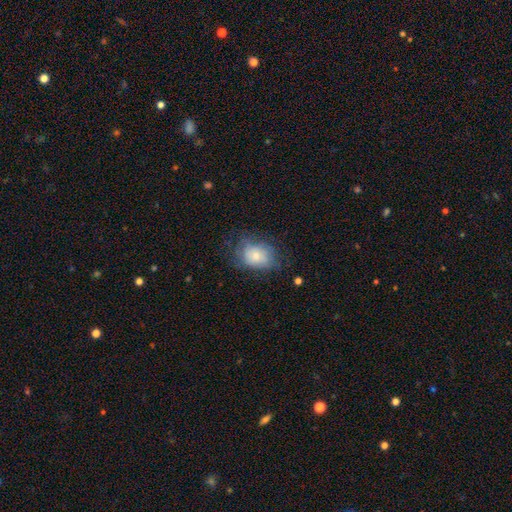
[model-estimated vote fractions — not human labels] smooth-or-featured: smooth: 70% | featured or disk: 21% | star or artifact: 9%
  how-rounded: in between: 66% | round: 33% | cigar-shaped: 1%
  merging: none: 55% | minor disturbance: 28% | major disturbance: 16% | merger: 2%